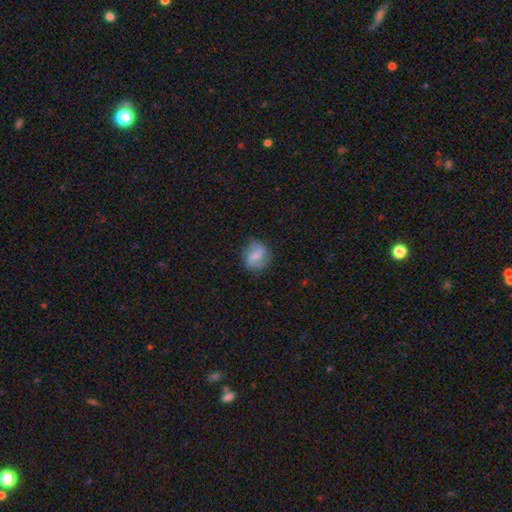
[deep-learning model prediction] A featured or disk galaxy (53%) with a weak bar (46%), spiral arms (79%) and no central bulge (36%, tied with small). Merging: none (68%).